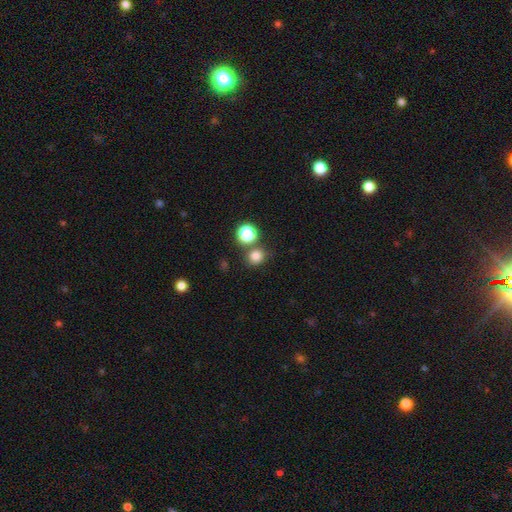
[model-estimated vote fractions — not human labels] Smooth or featured: smooth — 78% (star or artifact — 16%)
How rounded: round — 85% (in between — 14%)
Merging: none — 74% (merger — 14%)